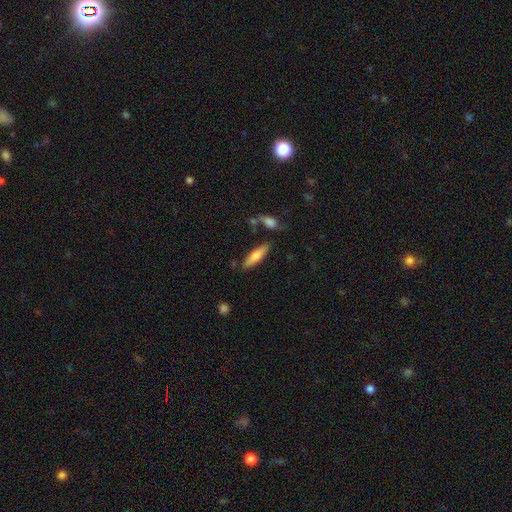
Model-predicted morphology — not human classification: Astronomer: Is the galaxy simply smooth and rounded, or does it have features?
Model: smooth — 65%.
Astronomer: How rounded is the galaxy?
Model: cigar-shaped — 64%.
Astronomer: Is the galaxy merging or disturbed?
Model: none — 79%.